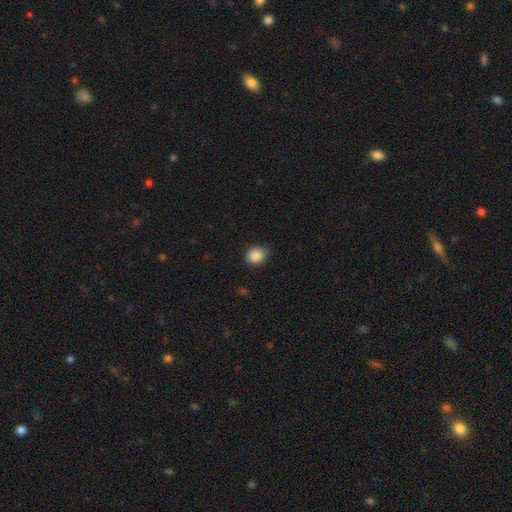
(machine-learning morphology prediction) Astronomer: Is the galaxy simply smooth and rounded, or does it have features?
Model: smooth — 87%.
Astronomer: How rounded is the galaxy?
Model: in between — 52% (runner-up: round, 47%).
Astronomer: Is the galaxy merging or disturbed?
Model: none — 84%.